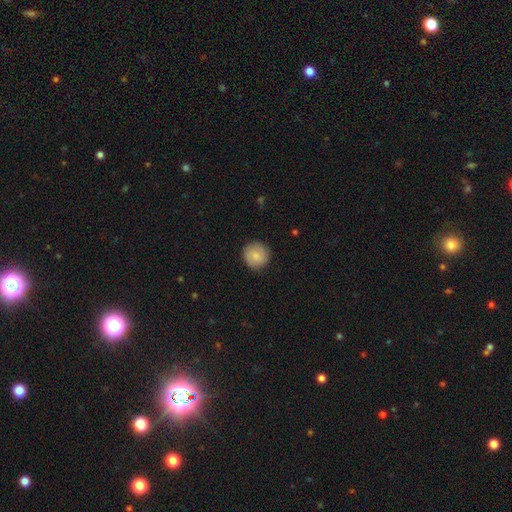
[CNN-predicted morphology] A smooth galaxy with no disk features (78%) that is round (94%). Merging: none (89%).